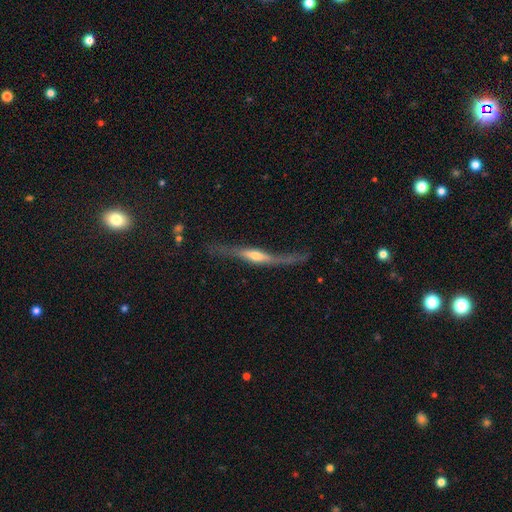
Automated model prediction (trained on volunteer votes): The model was most divided on "merging": none: 59%, minor disturbance: 22%, major disturbance: 15%, merger: 4%. More confident: edge-on disk — yes (88%); edge-on bulge — rounded (78%); smooth or featured — featured or disk (73%).